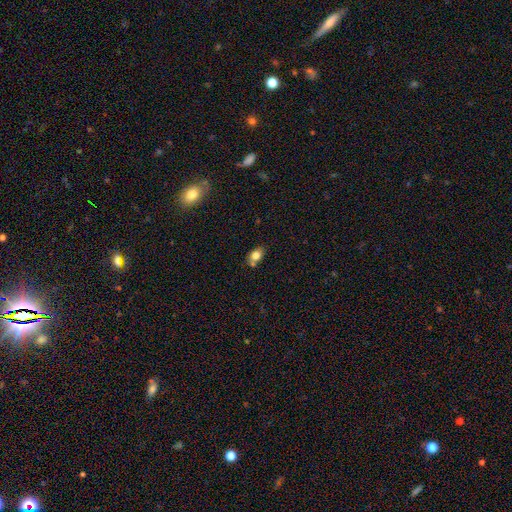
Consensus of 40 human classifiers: smooth-or-featured: smooth: 80% | featured or disk: 10% | star or artifact: 10%
  how-rounded: in between: 81% | round: 19% | cigar-shaped: 0%
  merging: none: 58% | minor disturbance: 25% | merger: 17% | major disturbance: 0%